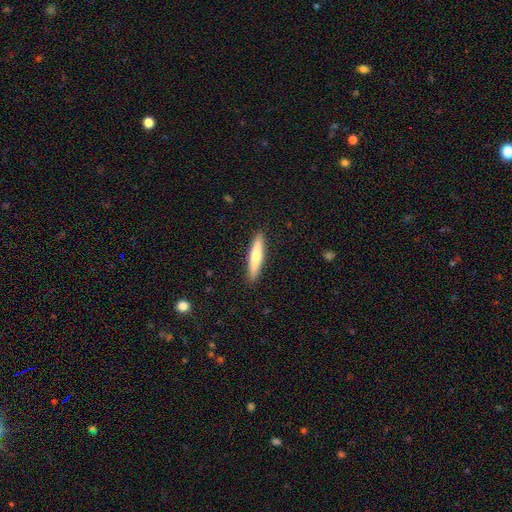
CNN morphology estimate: A smooth galaxy with no disk features (60%) that is cigar-shaped (88%).

Vote fractions:
- Smooth or featured? smooth: 60% / featured or disk: 35% / star or artifact: 5%
- How rounded? cigar-shaped: 88% / in between: 10% / round: 1%
- Merging? none: 91% / minor disturbance: 7% / major disturbance: 1% / merger: 1%